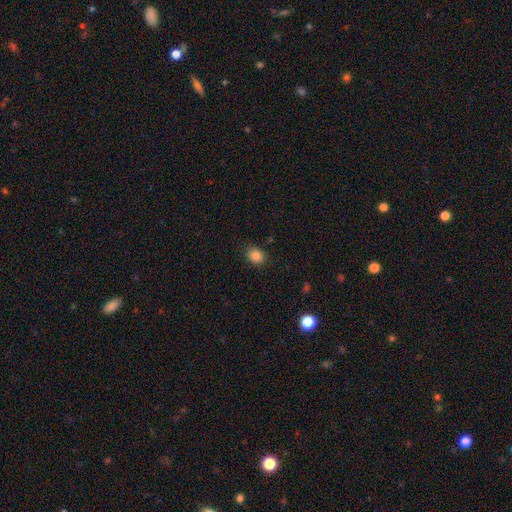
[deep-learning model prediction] This is clearly a smooth galaxy (85%). How rounded: possibly round (50%). Merging: clearly none (86%).